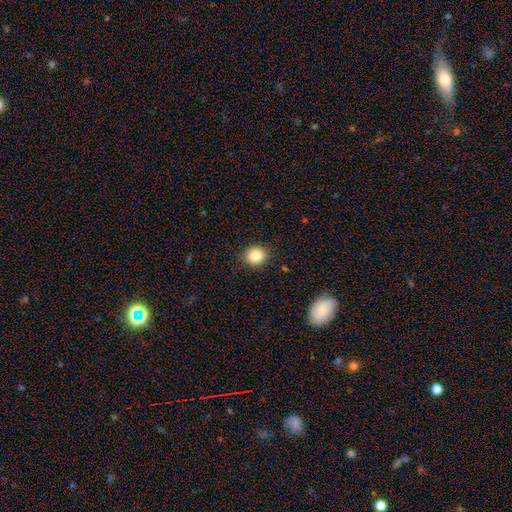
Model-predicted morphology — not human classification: Overall: smooth (84%). How rounded: round (72%). Merging: none (90%).